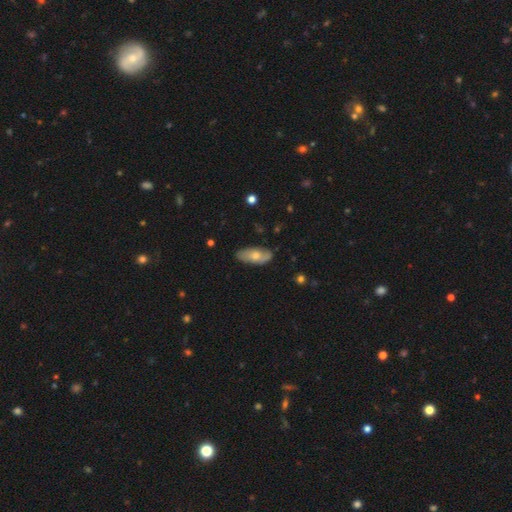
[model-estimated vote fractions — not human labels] Morphology: type=smooth (58%); roundness=in between (87%); merging=none (74%).